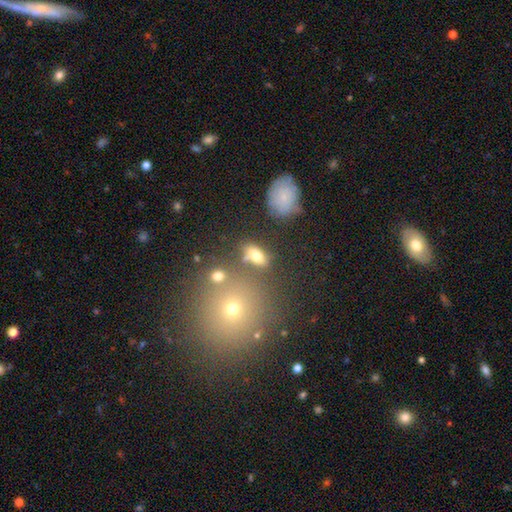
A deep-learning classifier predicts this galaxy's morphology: The model was most divided on "merging": none: 65%, minor disturbance: 15%, merger: 13%, major disturbance: 6%. More confident: how rounded — in between (81%); smooth or featured — smooth (70%).